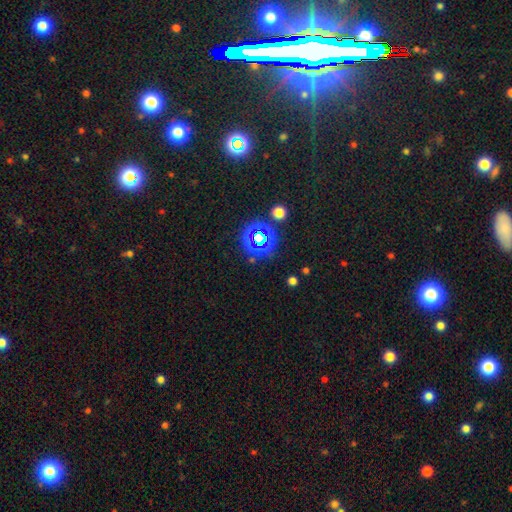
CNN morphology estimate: A star or artifact, not a galaxy (62%).